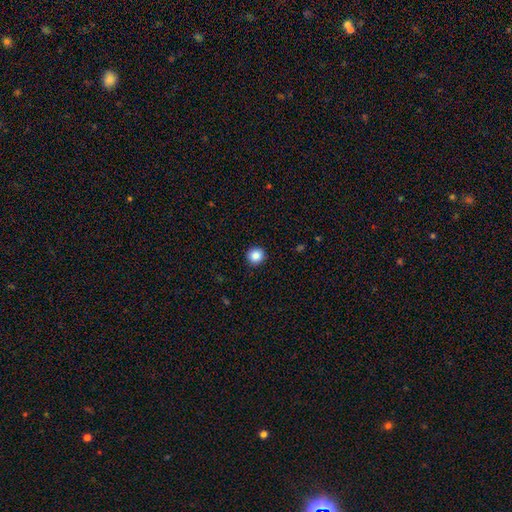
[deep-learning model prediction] Smooth or featured? Predicted: smooth (p=0.87). How rounded? Predicted: round (p=0.93). Merging? Predicted: none (p=0.92).